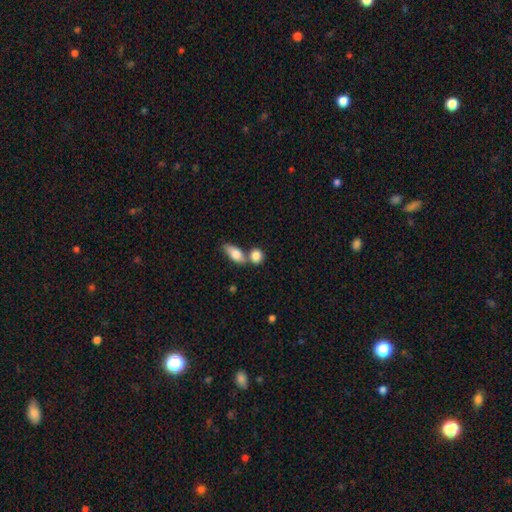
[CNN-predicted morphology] Smooth or featured? smooth (84%)
How rounded? round (54%)
Merging? merger (44%)